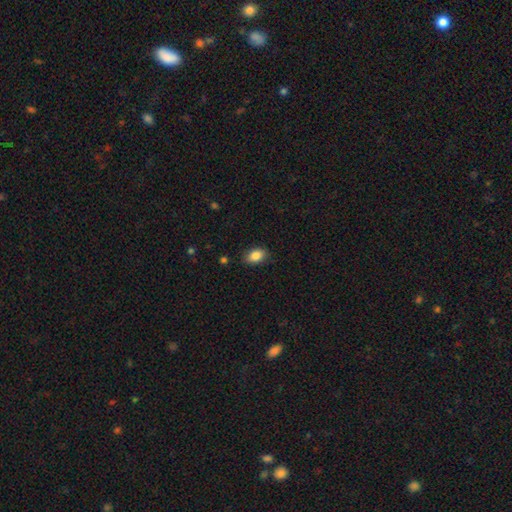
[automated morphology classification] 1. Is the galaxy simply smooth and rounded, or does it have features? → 86% smooth, 8% star or artifact, 6% featured or disk.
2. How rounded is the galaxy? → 86% in between, 13% round, 2% cigar-shaped.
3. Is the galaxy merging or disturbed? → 84% none, 12% minor disturbance, 3% major disturbance, 1% merger.